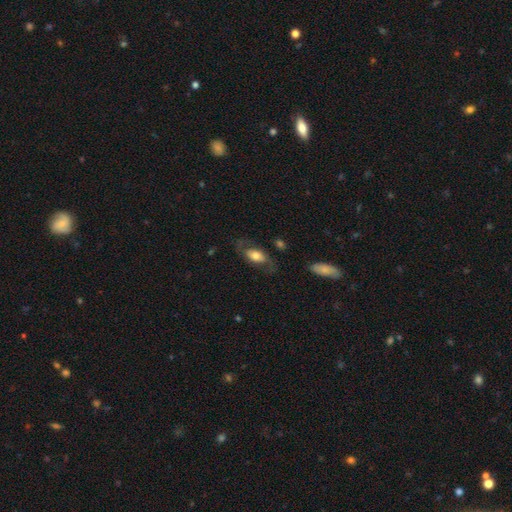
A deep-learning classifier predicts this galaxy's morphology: smooth-or-featured: smooth: 49% | featured or disk: 44% | star or artifact: 7%
  merging: none: 65% | minor disturbance: 18% | major disturbance: 16% | merger: 2%